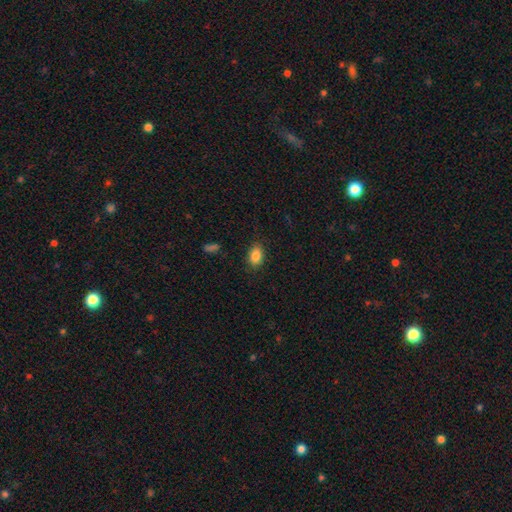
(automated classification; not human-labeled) smooth_or_featured: smooth (p=0.86) [alt: star or artifact p=0.09]
how_rounded: in between (p=0.84) [alt: round p=0.14]
merging: none (p=0.85) [alt: minor disturbance p=0.11]